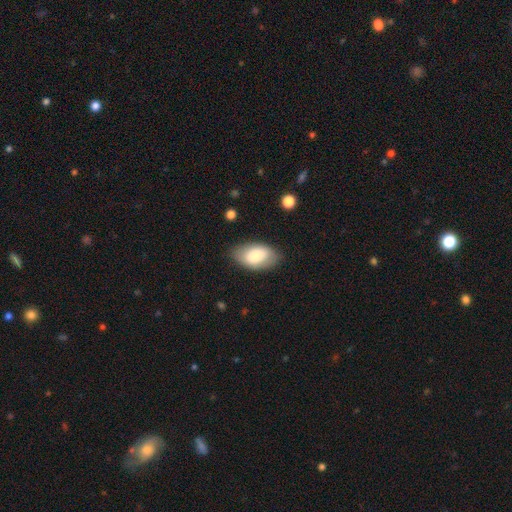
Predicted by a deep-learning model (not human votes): smooth-or-featured: smooth: 80% | featured or disk: 14% | star or artifact: 6%
  how-rounded: in between: 94% | round: 4% | cigar-shaped: 1%
  merging: none: 79% | minor disturbance: 15% | major disturbance: 4% | merger: 1%